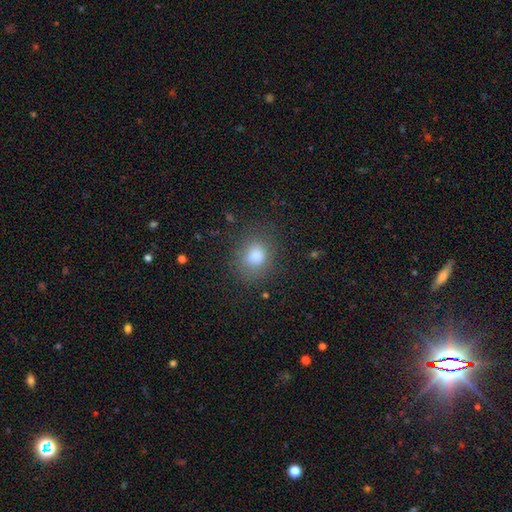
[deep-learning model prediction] This is clearly a smooth galaxy (81%). How rounded: likely round (60%). Merging: clearly none (80%).